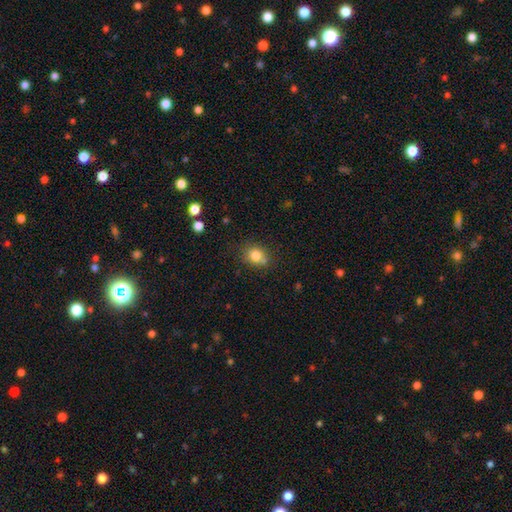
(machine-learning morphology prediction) Smooth or featured? Predicted: smooth (p=0.80). How rounded? Predicted: round (p=0.65). Merging? Predicted: none (p=0.67).